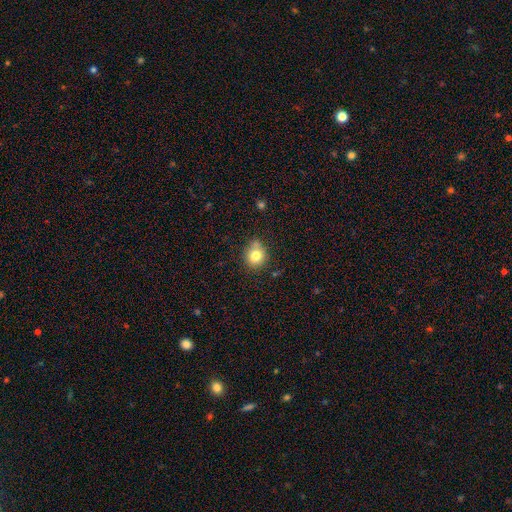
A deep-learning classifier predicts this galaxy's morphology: A smooth galaxy with no disk features (79%) that is round (81%).

Vote fractions:
- Smooth or featured? smooth: 79% / star or artifact: 11% / featured or disk: 10%
- How rounded? round: 81% / in between: 18% / cigar-shaped: 1%
- Merging? none: 67% / minor disturbance: 17% / merger: 12% / major disturbance: 4%